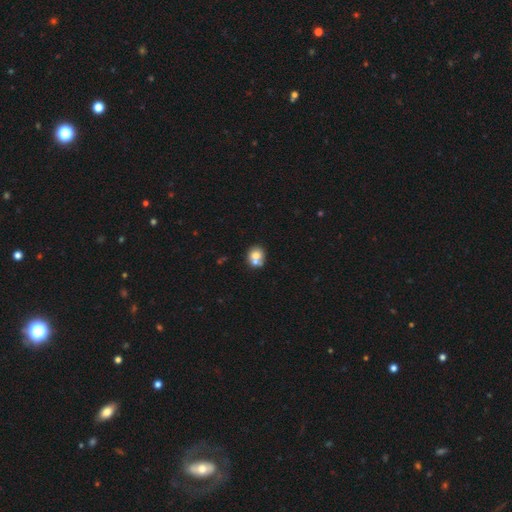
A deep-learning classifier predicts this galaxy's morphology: Smooth or featured: smooth — 71% (featured or disk — 20%)
How rounded: round — 74% (in between — 25%)
Merging: none — 44% (merger — 43%)